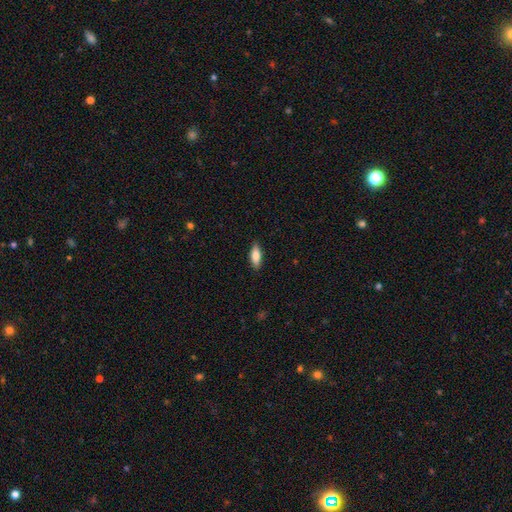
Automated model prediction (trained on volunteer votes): smooth_or_featured: smooth (p=0.80) [alt: featured or disk p=0.14]
how_rounded: in between (p=0.69) [alt: cigar-shaped p=0.29]
merging: none (p=0.88) [alt: minor disturbance p=0.09]